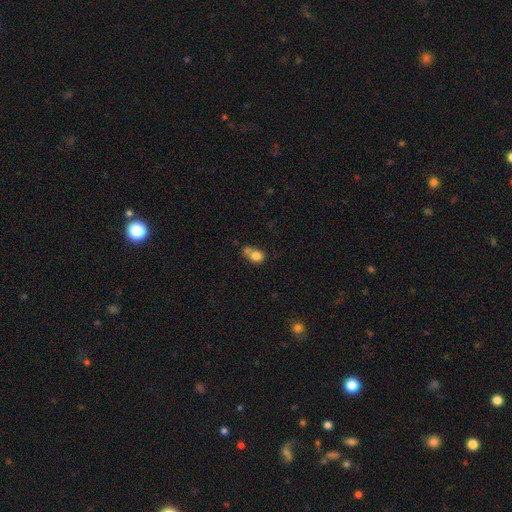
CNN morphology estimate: smooth-or-featured: smooth: 81% | star or artifact: 10% | featured or disk: 9%
  how-rounded: round: 69% | in between: 30% | cigar-shaped: 1%
  merging: merger: 46% | none: 39% | minor disturbance: 10% | major disturbance: 5%